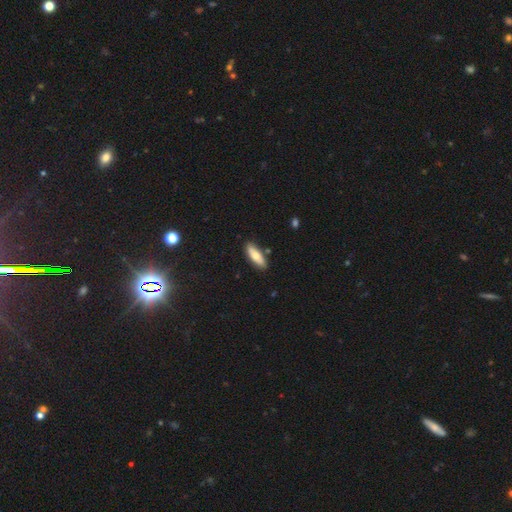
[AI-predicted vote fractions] Smooth or featured? smooth (69%)
How rounded? in between (61%)
Merging? none (83%)